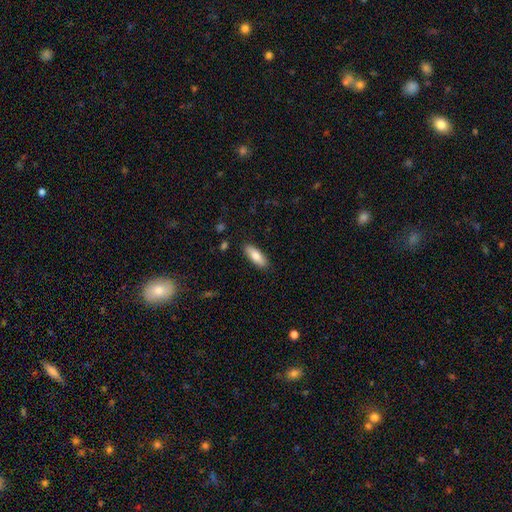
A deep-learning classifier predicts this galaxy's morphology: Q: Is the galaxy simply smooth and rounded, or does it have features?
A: smooth — 82%.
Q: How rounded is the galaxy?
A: in between — 70%.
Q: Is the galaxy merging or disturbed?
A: none — 88%.